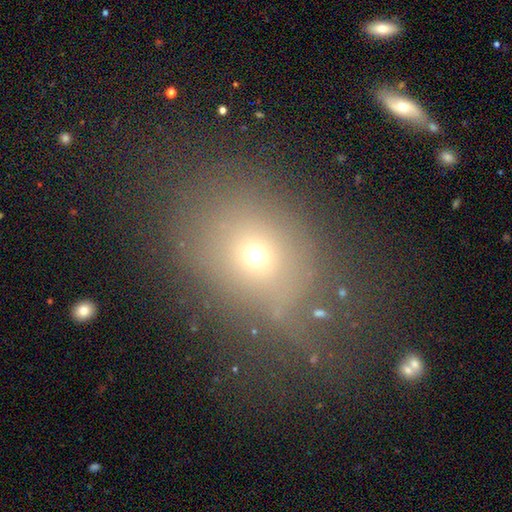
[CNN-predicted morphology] Smooth or featured? Predicted: smooth (p=0.62). How rounded? Predicted: round (p=0.51). Merging? Predicted: none (p=0.58).